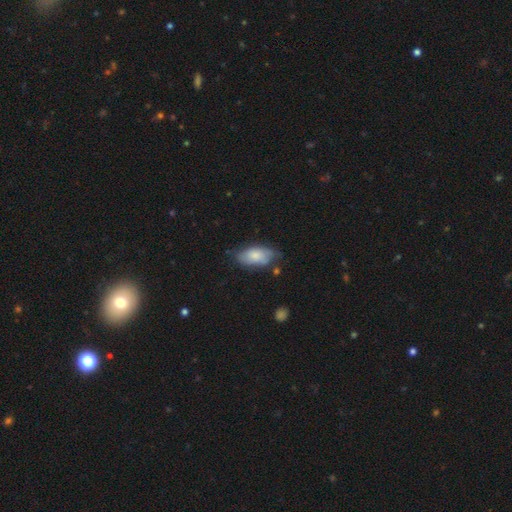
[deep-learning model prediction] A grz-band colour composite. It shows a smooth galaxy with no disk features (75%) that is in between round and cigar-shaped (93%). Merging: none (58%).